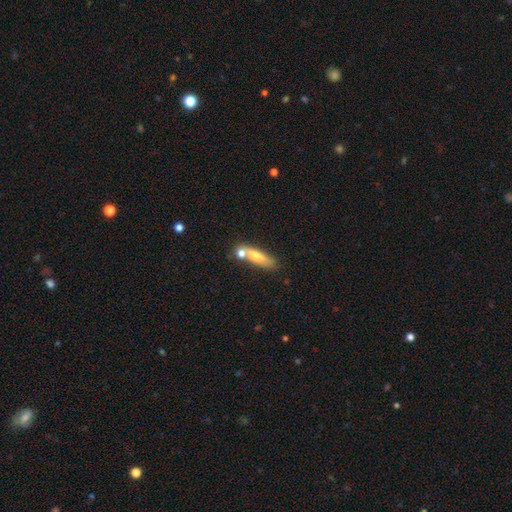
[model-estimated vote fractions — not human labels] A smooth galaxy with no disk features (69%) that is cigar-shaped (66%).

Vote fractions:
- Smooth or featured? smooth: 69% / featured or disk: 23% / star or artifact: 8%
- How rounded? cigar-shaped: 66% / in between: 30% / round: 5%
- Merging? none: 54% / merger: 25% / minor disturbance: 15% / major disturbance: 6%